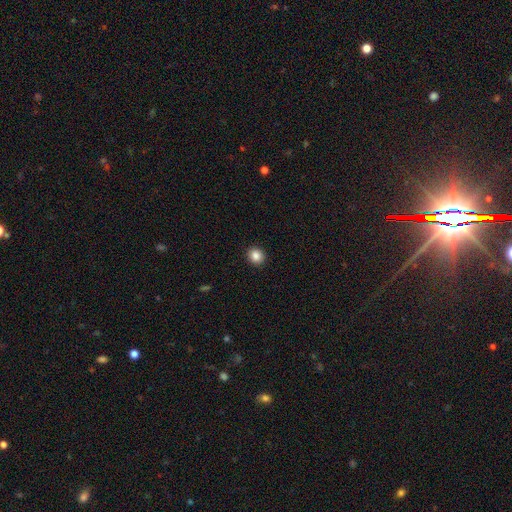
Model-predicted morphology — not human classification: A smooth galaxy with no disk features (86%) that is round (79%). Merging: none (92%).